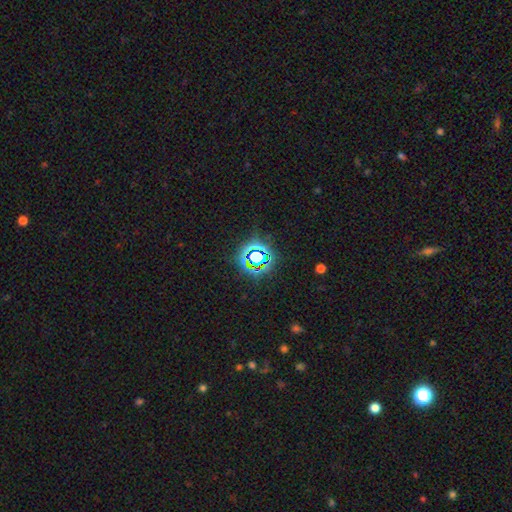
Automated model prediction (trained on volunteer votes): This appears to be a star or artifact, not a galaxy (71%).